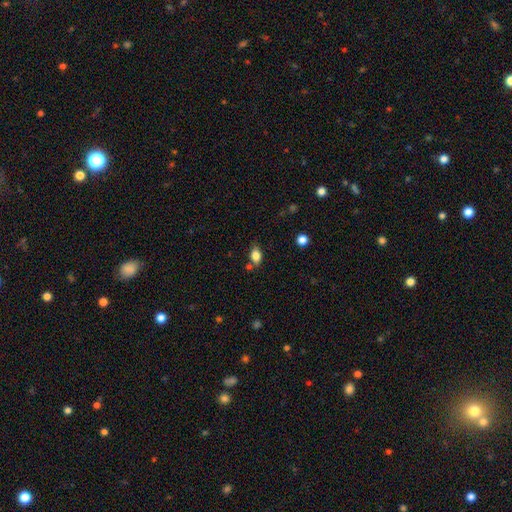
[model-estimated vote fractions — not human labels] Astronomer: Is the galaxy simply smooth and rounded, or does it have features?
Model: smooth — 82%.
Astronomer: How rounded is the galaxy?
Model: in between — 85%.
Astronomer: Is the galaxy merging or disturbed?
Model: none — 72%.